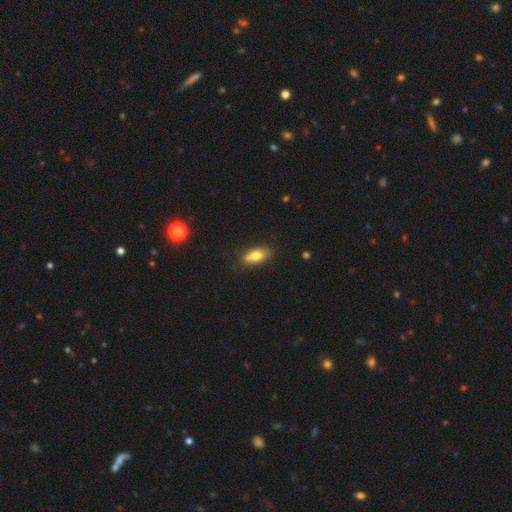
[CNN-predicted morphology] Overall: smooth (75%). How rounded: in between (82%). Merging: none (57%; merger 19%).